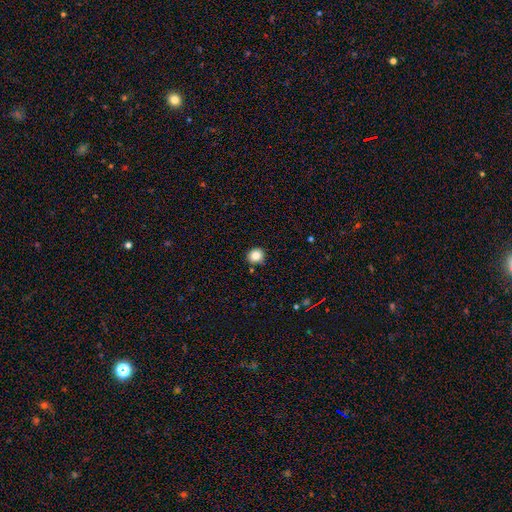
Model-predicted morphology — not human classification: Smooth or featured: smooth — 85% (star or artifact — 11%)
How rounded: round — 88% (in between — 11%)
Merging: none — 88% (minor disturbance — 8%)